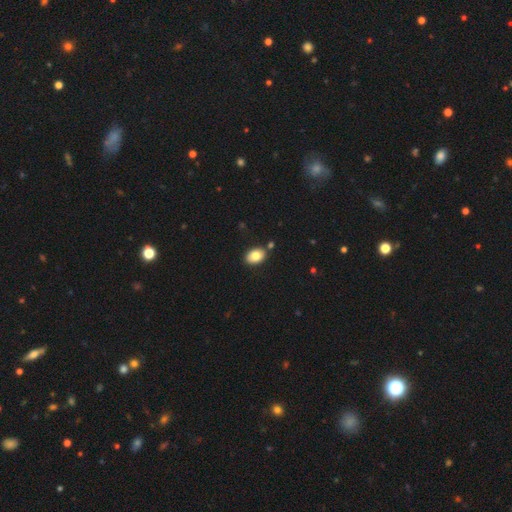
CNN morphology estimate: smooth 82%, featured or disk 11%, star or artifact 8%. Down the decision tree: how rounded — in between (84%); merging — none (82%).